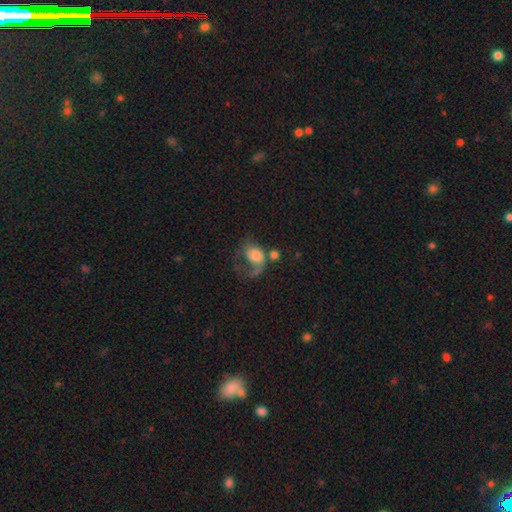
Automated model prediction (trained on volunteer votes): Morphology: type=smooth (52%); roundness=in between (60%); merging=major disturbance (48%).